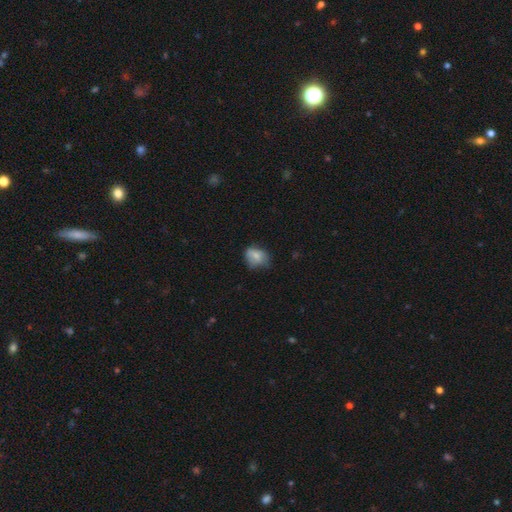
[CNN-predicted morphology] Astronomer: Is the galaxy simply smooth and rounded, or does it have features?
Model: smooth — 74%.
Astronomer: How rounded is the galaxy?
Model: in between — 57% (runner-up: round, 42%).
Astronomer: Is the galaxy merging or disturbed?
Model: none — 52% (runner-up: minor disturbance, 35%).